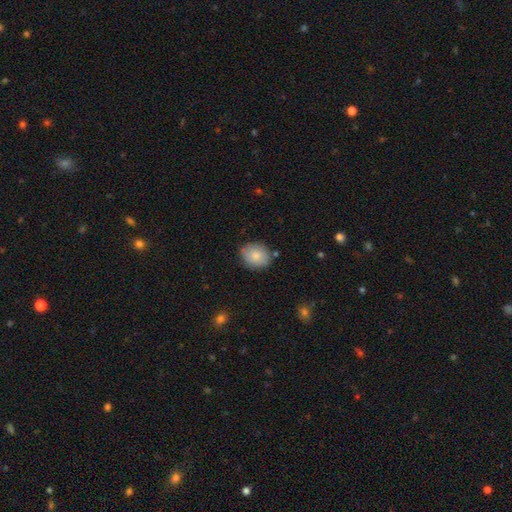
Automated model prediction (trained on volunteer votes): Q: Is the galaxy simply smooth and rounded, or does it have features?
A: smooth — 83%.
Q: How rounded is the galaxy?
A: round — 52%.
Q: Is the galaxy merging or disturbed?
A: none — 77%.